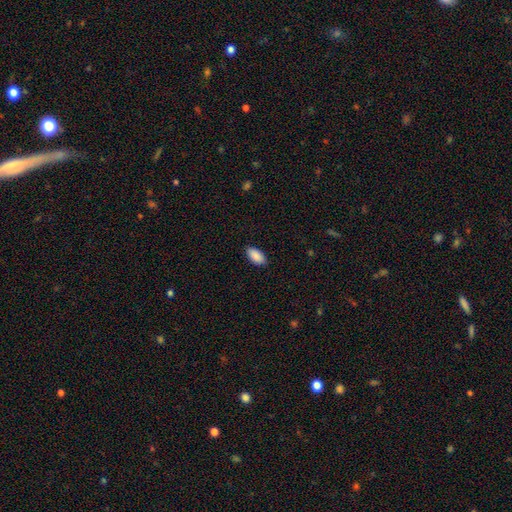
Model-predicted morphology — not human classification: A smooth galaxy with no disk features (91%) that is in between round and cigar-shaped (94%).

Vote fractions:
- Smooth or featured? smooth: 91% / star or artifact: 6% / featured or disk: 3%
- How rounded? in between: 94% / cigar-shaped: 4% / round: 2%
- Merging? none: 88% / minor disturbance: 9% / major disturbance: 2% / merger: 1%